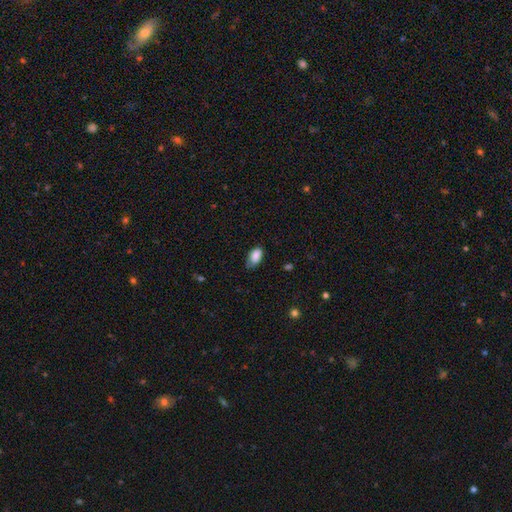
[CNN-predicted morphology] This appears to be a smooth galaxy with no disk features (86%) that is in between round and cigar-shaped (92%). Merging: none (57%).